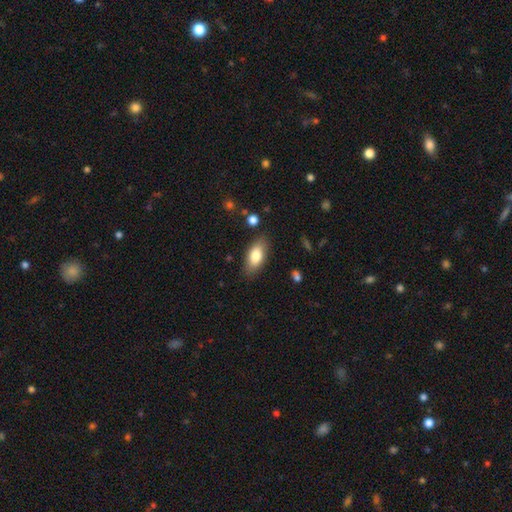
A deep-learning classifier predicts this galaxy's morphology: A smooth galaxy with no disk features (79%) that is in between round and cigar-shaped (86%). Merging: none (84%).